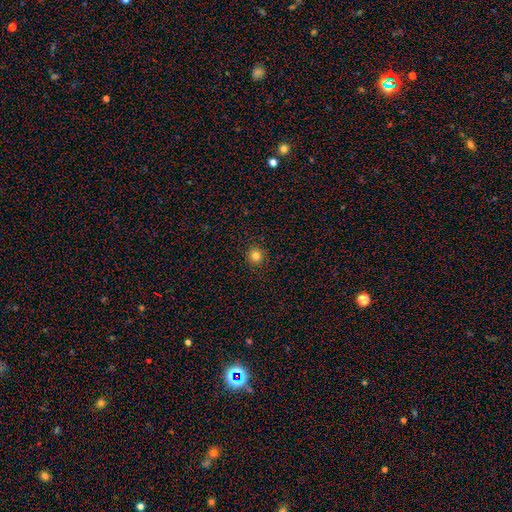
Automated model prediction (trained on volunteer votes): Smooth or featured: smooth — 82% (star or artifact — 13%)
How rounded: round — 91% (in between — 9%)
Merging: none — 91% (minor disturbance — 6%)